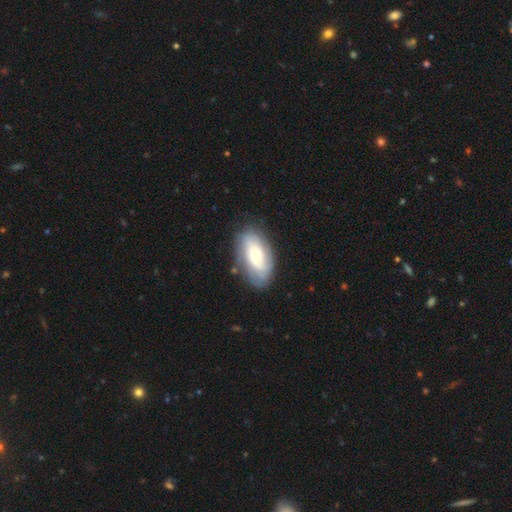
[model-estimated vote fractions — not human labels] Smooth or featured: featured or disk — 51% (smooth — 42%)
Edge-on disk: no — 93% (yes — 7%)
Merging: none — 72% (minor disturbance — 19%)